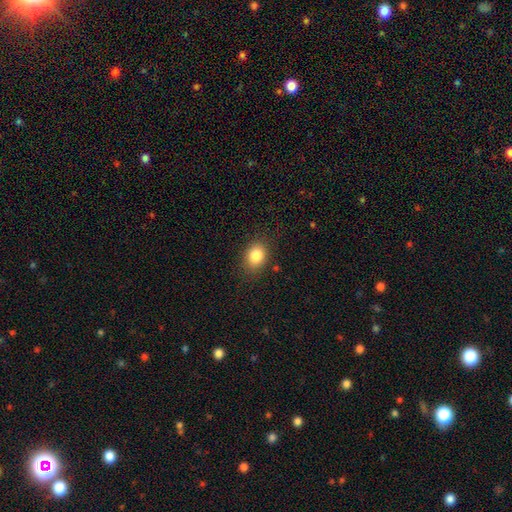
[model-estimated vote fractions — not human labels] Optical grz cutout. It shows a smooth galaxy with no disk features (84%) that is in between round and cigar-shaped (59%). Merging: none (84%).